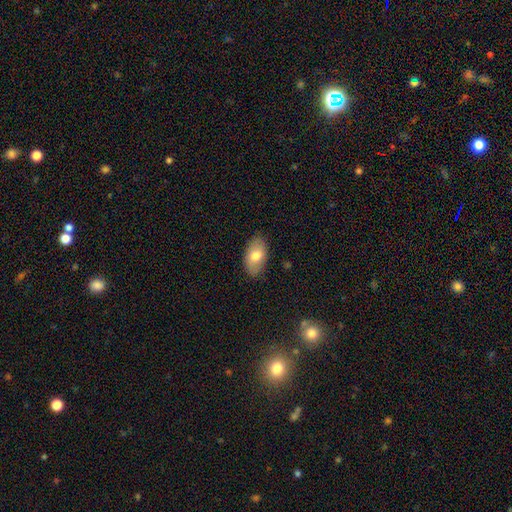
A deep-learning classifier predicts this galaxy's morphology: Smooth or featured? smooth (72%)
How rounded? in between (94%)
Merging? none (84%)